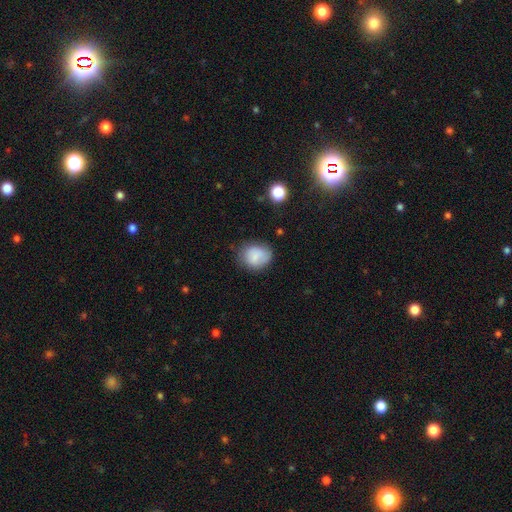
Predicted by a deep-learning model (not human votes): This is clearly a smooth galaxy (80%). How rounded: likely round (60%). Merging: likely none (67%).